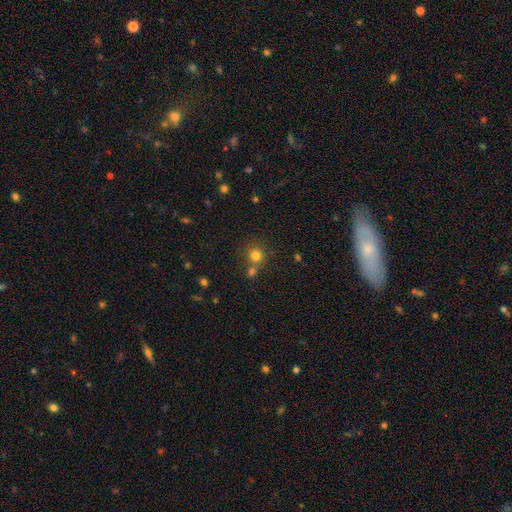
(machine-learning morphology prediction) A smooth galaxy with no disk features (78%) that is round (90%). Merging: none (61%).